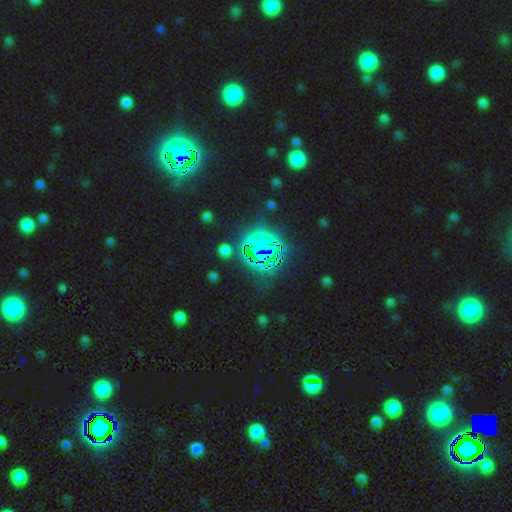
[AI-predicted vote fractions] The model was most divided on "smooth or featured": star or artifact: 76%, smooth: 15%, featured or disk: 9%.